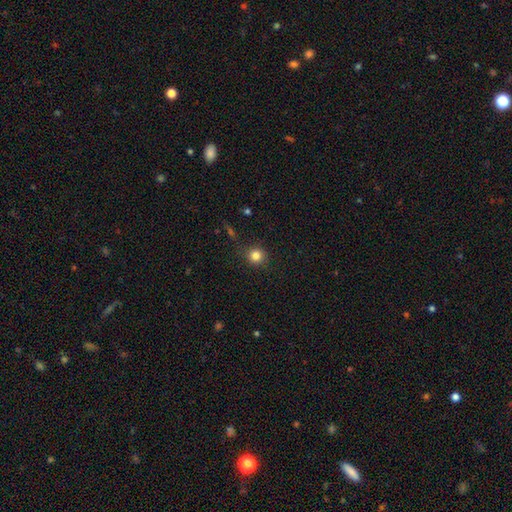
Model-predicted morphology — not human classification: This appears to be a smooth galaxy with no disk features (82%) that is round (92%). Merging: none (87%).